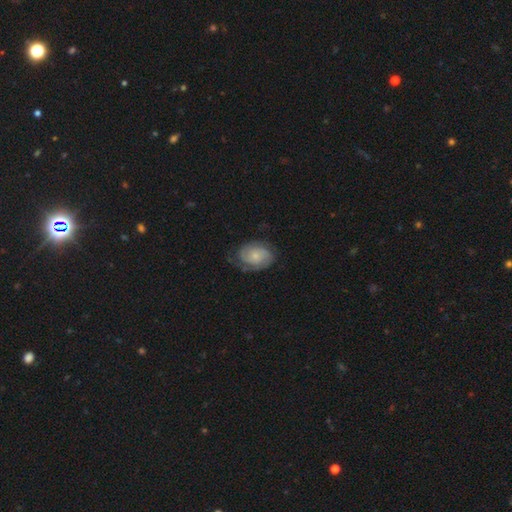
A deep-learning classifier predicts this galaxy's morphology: This is likely a featured or disk galaxy (62%). It is clearly not viewed edge-on (97%). Bar: likely no (74%). Spiral arm pattern: clearly yes (90%). Spiral arm count: likely 2 (63%). Spiral winding: possibly tight (54%). Central bulge: possibly small (58%). Merging: likely none (68%).